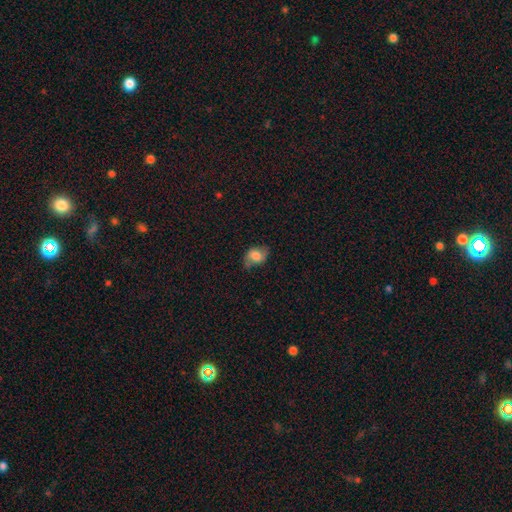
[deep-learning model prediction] The model was most divided on "merging": none: 60%, minor disturbance: 28%, major disturbance: 10%, merger: 2%. More confident: how rounded — in between (70%); smooth or featured — smooth (67%).